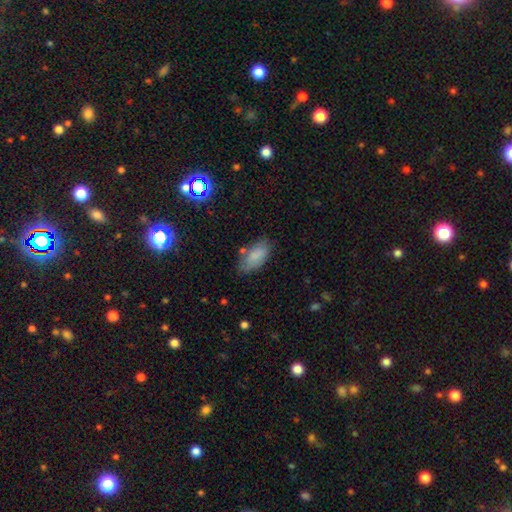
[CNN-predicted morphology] Q: Smooth or featured?
A: smooth (83%); runner-up: featured or disk (9%)
Q: How rounded?
A: in between (92%); runner-up: cigar-shaped (5%)
Q: Merging?
A: none (70%); runner-up: minor disturbance (21%)